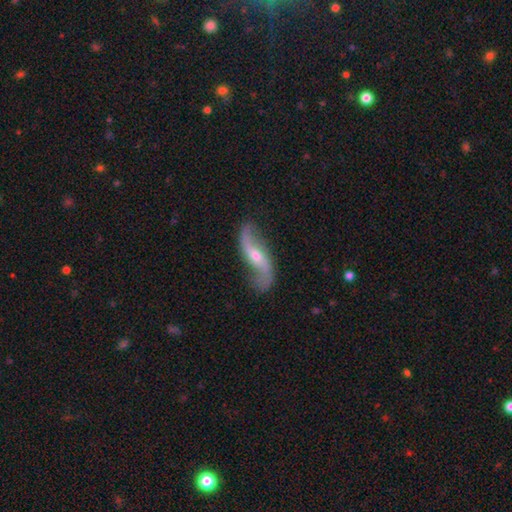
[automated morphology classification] This is clearly a featured or disk galaxy (87%). It is clearly not viewed edge-on (91%). Bar: marginally no (40%). Spiral arm pattern: clearly yes (95%). Spiral arm count: clearly 2 (94%). Spiral winding: clearly loose (87%). Central bulge: possibly small (51%). Merging: likely none (78%).